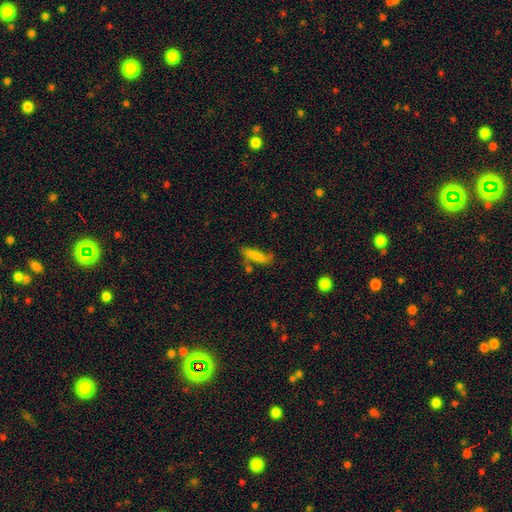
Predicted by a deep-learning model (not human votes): Overall: smooth (80%). How rounded: cigar-shaped (62%; in between 35%). Merging: none (60%; minor disturbance 22%).